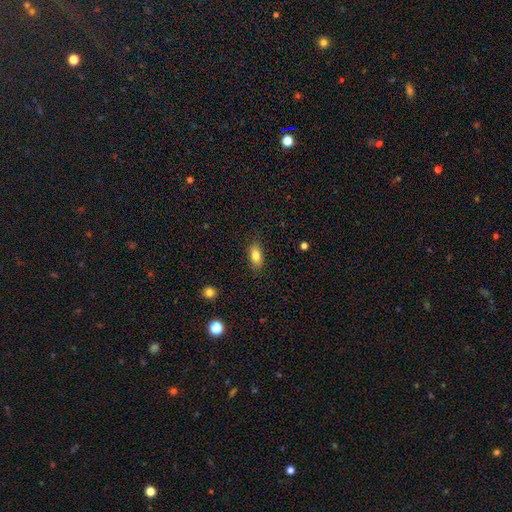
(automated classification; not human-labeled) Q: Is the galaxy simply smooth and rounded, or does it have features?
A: smooth — 81%.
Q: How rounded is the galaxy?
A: in between — 87%.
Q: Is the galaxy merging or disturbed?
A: none — 85%.